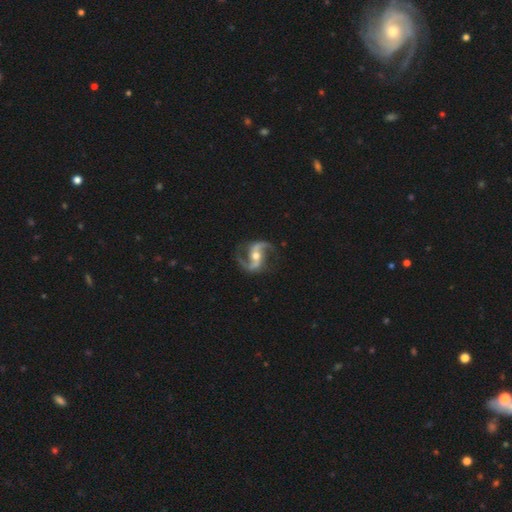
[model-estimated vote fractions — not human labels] This appears to be a featured or disk galaxy (93%) with a strong bar (34%, tied with weak), 2 (94%) loose (51%) spiral arms (98%) and a moderate central bulge (69%). Merging: none (81%).